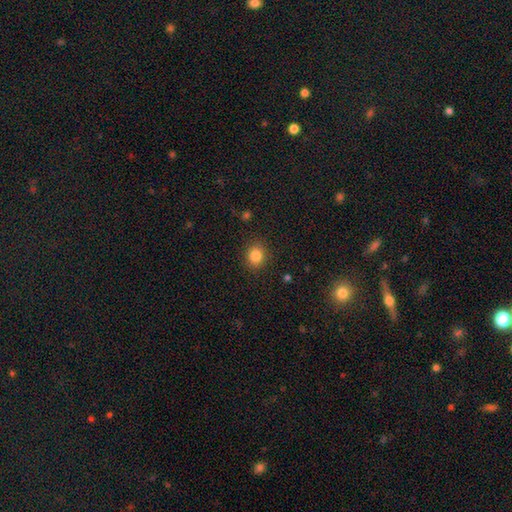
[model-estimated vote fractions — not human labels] A smooth galaxy with no disk features (84%) that is round (78%). Merging: none (89%).